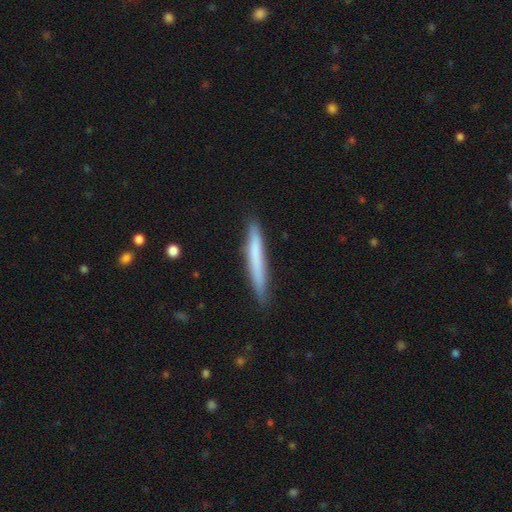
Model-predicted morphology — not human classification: Smooth or featured?
  - smooth: 67% *
  - featured or disk: 27%
  - star or artifact: 6%
How rounded?
  - cigar-shaped: 96% *
  - in between: 3%
  - round: 1%
Merging?
  - none: 86% *
  - minor disturbance: 11%
  - major disturbance: 2%
  - merger: 1%